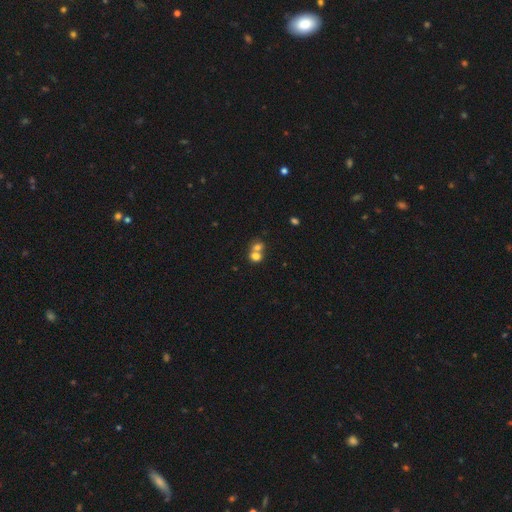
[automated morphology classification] This appears to be a smooth galaxy with no disk features (72%) that is round (65%). Merging: merger (63%).